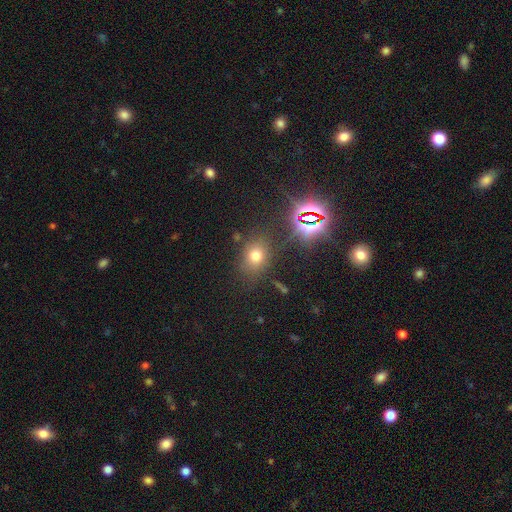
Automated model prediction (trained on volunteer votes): This appears to be a smooth galaxy with no disk features (66%) that is in between round and cigar-shaped (49%, tied with round). Merging: none (77%).